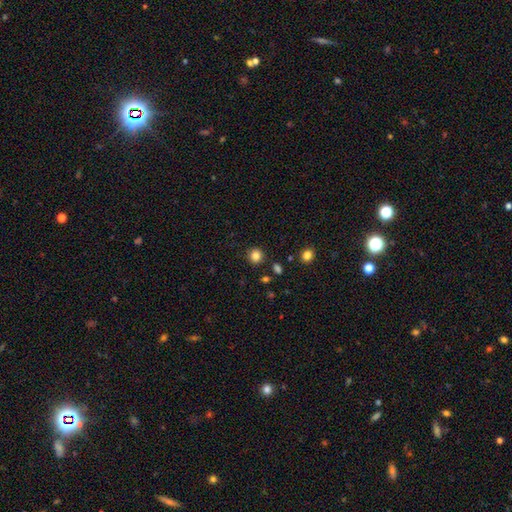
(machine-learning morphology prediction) Smooth or featured? Predicted: smooth (p=0.84). How rounded? Predicted: round (p=0.92). Merging? Predicted: none (p=0.89).